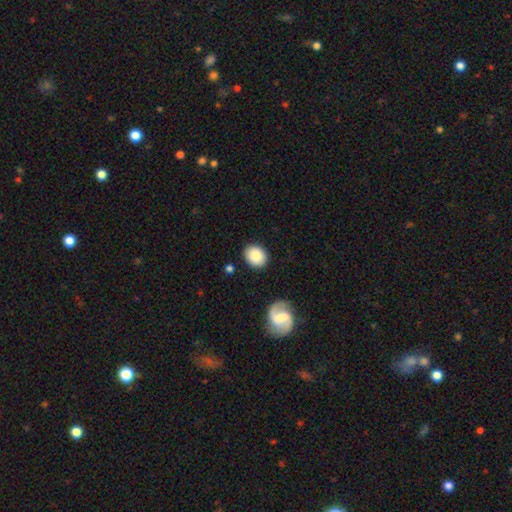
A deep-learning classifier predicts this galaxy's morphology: A smooth galaxy with no disk features (82%) that is round (63%).

Vote fractions:
- Smooth or featured? smooth: 82% / featured or disk: 11% / star or artifact: 7%
- How rounded? round: 63% / in between: 36% / cigar-shaped: 1%
- Merging? none: 85% / minor disturbance: 10% / merger: 3% / major disturbance: 3%